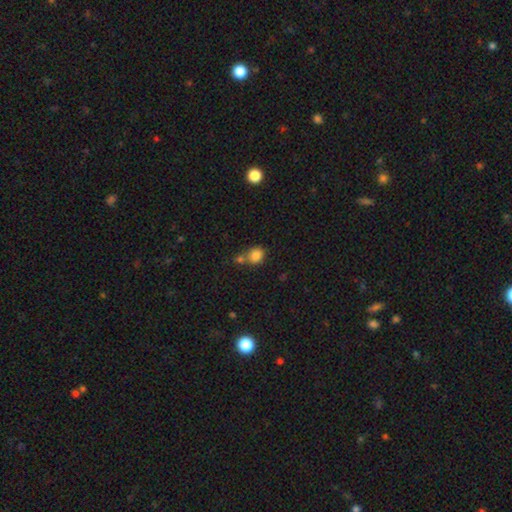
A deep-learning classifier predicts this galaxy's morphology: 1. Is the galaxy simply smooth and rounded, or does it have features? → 83% smooth, 11% star or artifact, 6% featured or disk.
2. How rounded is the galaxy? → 74% round, 25% in between, 1% cigar-shaped.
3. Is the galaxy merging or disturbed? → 51% none, 34% merger, 11% minor disturbance, 4% major disturbance.